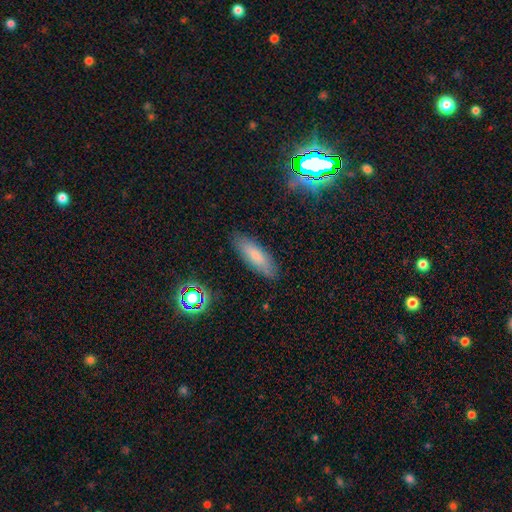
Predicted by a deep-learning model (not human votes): Smooth or featured? Predicted: smooth (p=0.73). How rounded? Predicted: cigar-shaped (p=0.52). Merging? Predicted: none (p=0.86).